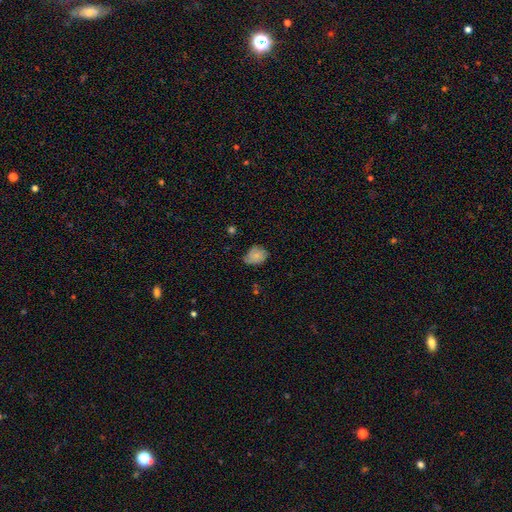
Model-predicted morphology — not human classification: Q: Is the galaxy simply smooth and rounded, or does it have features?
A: smooth — 76%.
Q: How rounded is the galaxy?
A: in between — 63%.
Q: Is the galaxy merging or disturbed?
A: none — 52%.